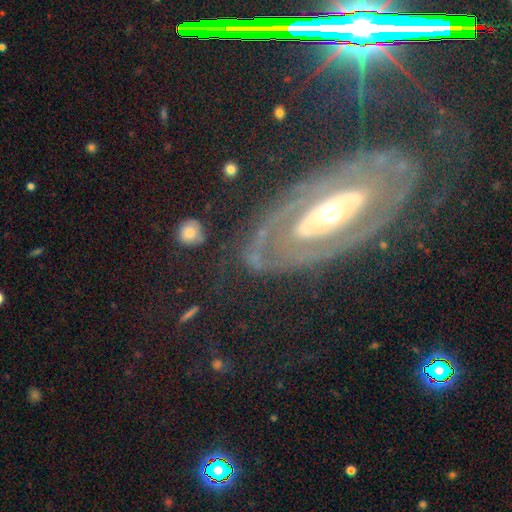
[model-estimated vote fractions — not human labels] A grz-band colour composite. It shows a featured or disk galaxy (57%) with no bar (53%), spiral arms (64%) and a moderate central bulge (63%). Merging: none (63%).